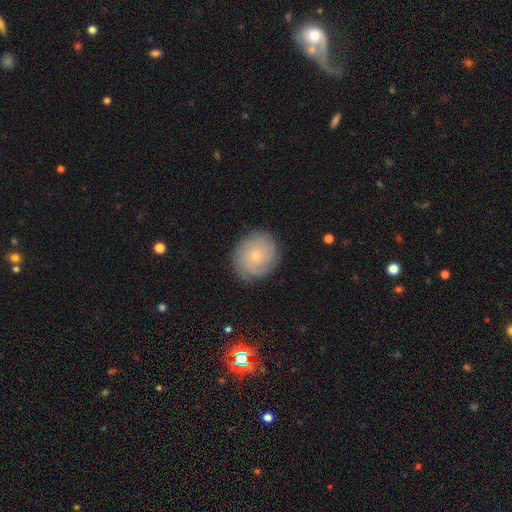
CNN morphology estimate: Overall: featured or disk (53%; smooth 37%). Edge-on disk: no (97%). Bar: no (87%). Spiral arms: yes (86%). Bulge size: small (81%). Merging: none (84%).